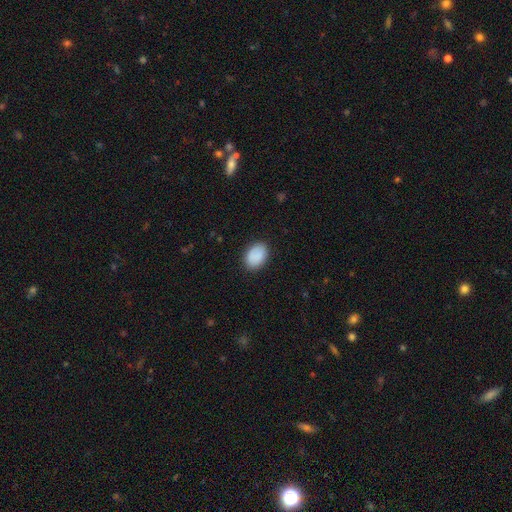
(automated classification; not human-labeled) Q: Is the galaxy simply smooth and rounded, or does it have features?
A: smooth — 87%.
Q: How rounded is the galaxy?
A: in between — 82%.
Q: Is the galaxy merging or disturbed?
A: none — 85%.